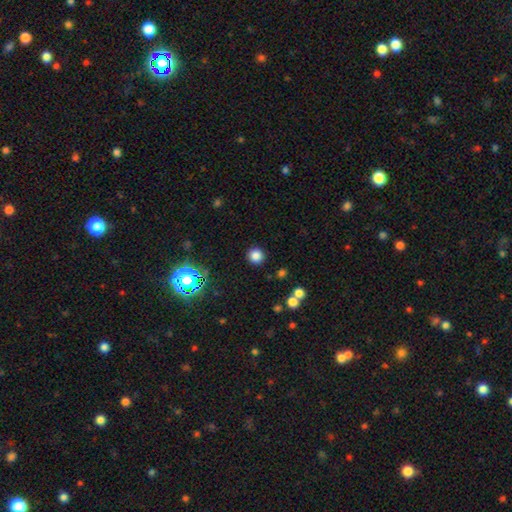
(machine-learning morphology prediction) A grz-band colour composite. It shows a smooth galaxy with no disk features (81%) that is round (93%). Merging: none (90%).